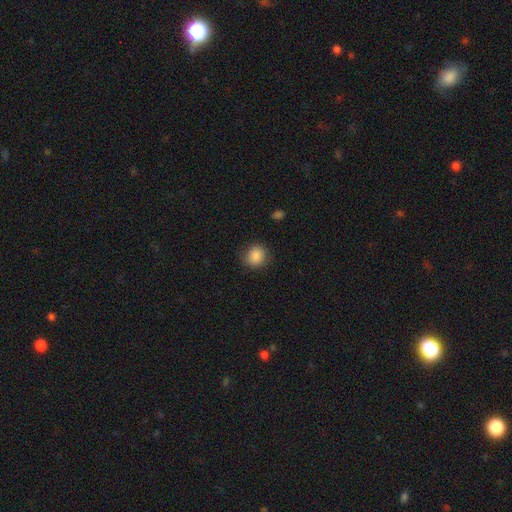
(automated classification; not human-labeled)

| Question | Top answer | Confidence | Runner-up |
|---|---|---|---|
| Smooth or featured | smooth | 86% | star or artifact (9%) |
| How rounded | round | 85% | in between (14%) |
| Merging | none | 83% | minor disturbance (12%) |